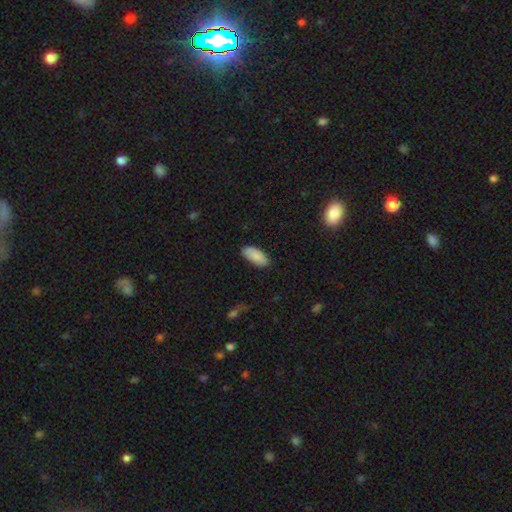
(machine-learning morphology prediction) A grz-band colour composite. It shows a smooth galaxy with no disk features (88%) that is in between round and cigar-shaped (89%). Merging: none (83%).